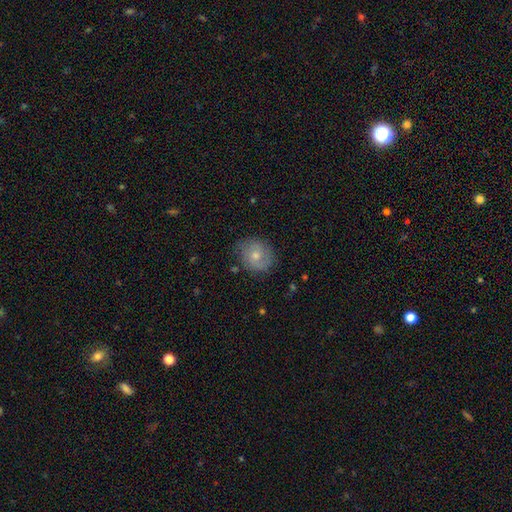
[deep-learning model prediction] Smooth or featured: smooth — 48% (featured or disk — 44%)
Merging: none — 73% (minor disturbance — 20%)